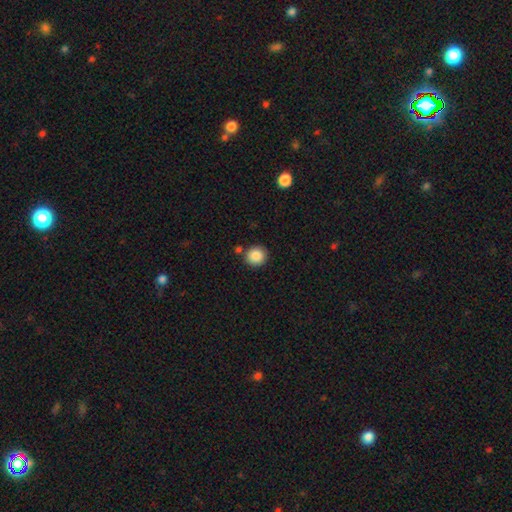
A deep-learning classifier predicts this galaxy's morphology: Smooth or featured? smooth (88%)
How rounded? round (92%)
Merging? none (85%)